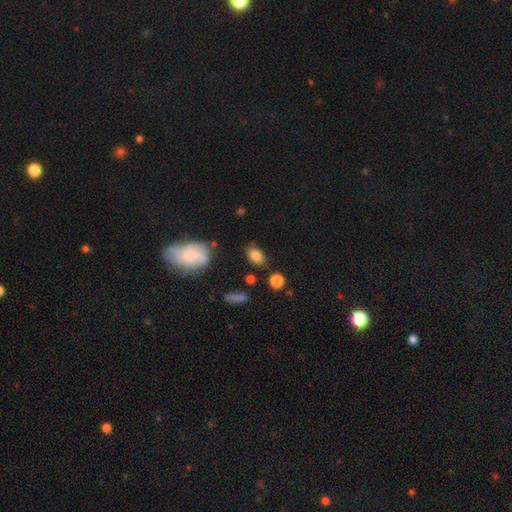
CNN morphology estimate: Smooth or featured: smooth — 82% (star or artifact — 9%)
How rounded: in between — 84% (round — 14%)
Merging: none — 74% (minor disturbance — 17%)